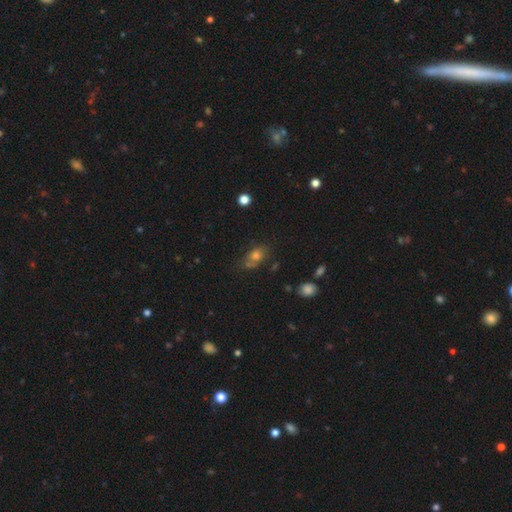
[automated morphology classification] Smooth or featured? smooth (65%)
How rounded? in between (68%)
Merging? none (56%)